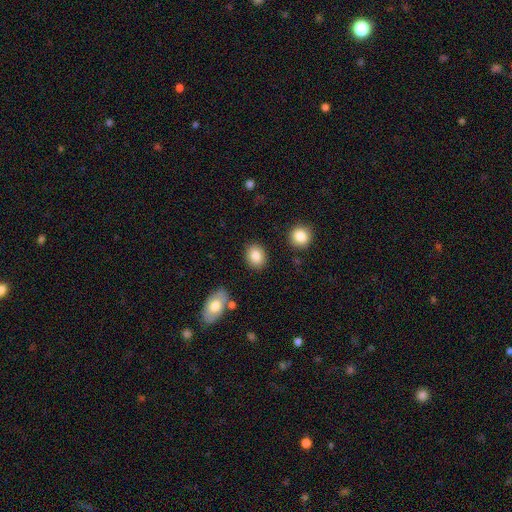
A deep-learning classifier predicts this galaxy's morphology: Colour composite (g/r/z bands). It shows a smooth galaxy with no disk features (84%) that is round (54%). Merging: none (87%).